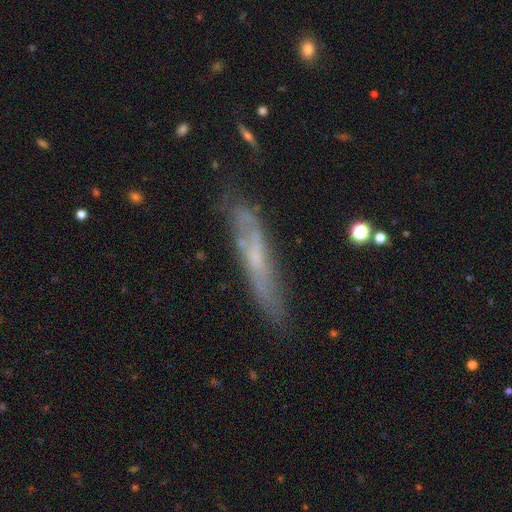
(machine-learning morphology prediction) Smooth or featured? featured or disk (54%)
Edge-on disk? yes (64%)
Merging? none (65%)